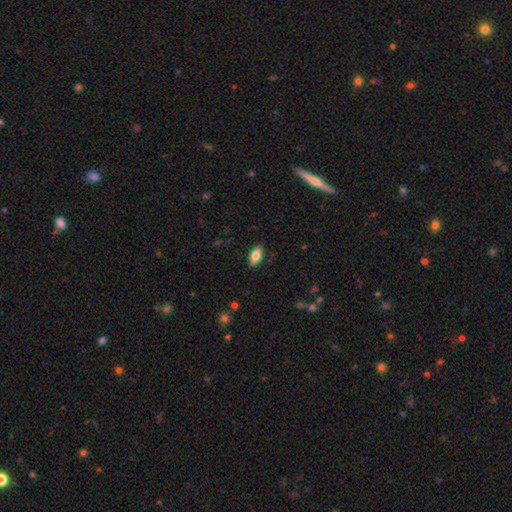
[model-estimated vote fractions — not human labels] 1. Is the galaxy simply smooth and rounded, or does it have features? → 81% smooth, 12% featured or disk, 7% star or artifact.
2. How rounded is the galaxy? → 88% in between, 9% cigar-shaped, 3% round.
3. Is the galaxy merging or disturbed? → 88% none, 9% minor disturbance, 2% major disturbance, 1% merger.